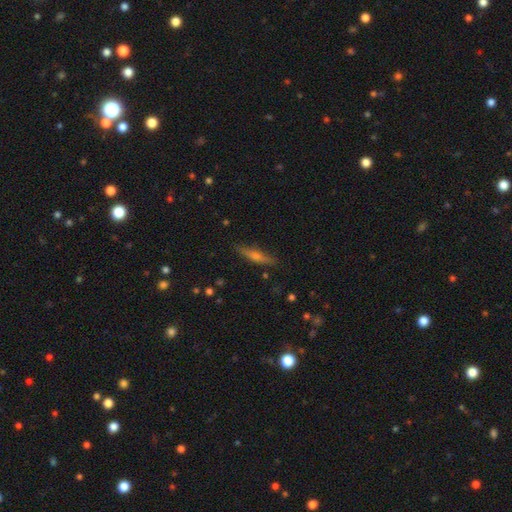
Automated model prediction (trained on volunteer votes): This is possibly a featured or disk galaxy (55%). It is clearly viewed edge-on (95%). Edge-on bulge: likely rounded (79%). Merging: clearly none (88%).